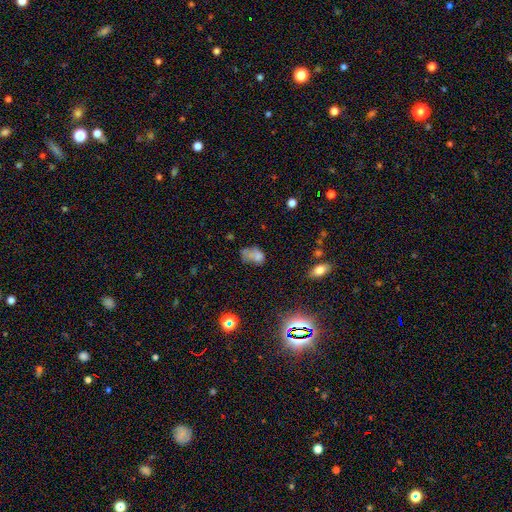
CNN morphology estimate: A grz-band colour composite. It shows a smooth galaxy with no disk features (64%) that is in between round and cigar-shaped (79%). Merging: major disturbance (29%).